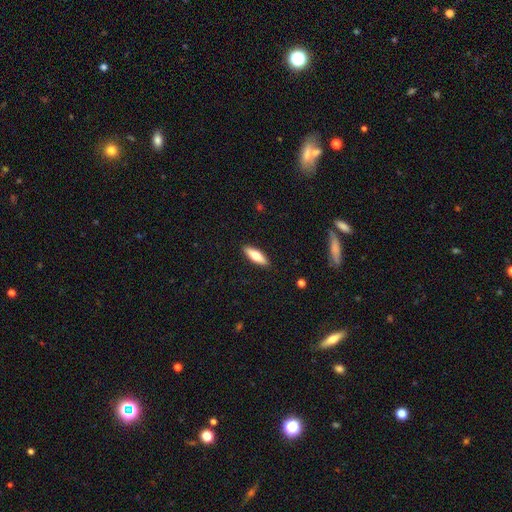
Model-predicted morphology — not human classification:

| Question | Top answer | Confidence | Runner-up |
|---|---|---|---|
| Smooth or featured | smooth | 66% | featured or disk (28%) |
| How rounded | cigar-shaped | 49% | tied: in between (49%) |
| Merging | none | 90% | minor disturbance (7%) |